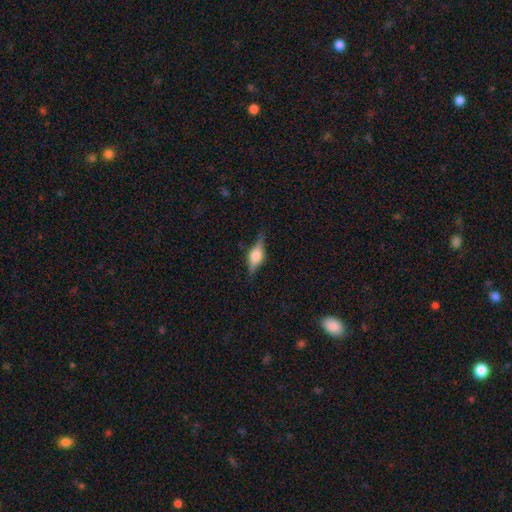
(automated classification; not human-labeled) smooth_or_featured: featured or disk (p=0.64) [alt: smooth p=0.28]
disk_edge_on: yes (p=0.96) [alt: no p=0.04]
edge_on_bulge: rounded (p=0.88) [alt: boxy p=0.10]
merging: none (p=0.83) [alt: minor disturbance p=0.13]